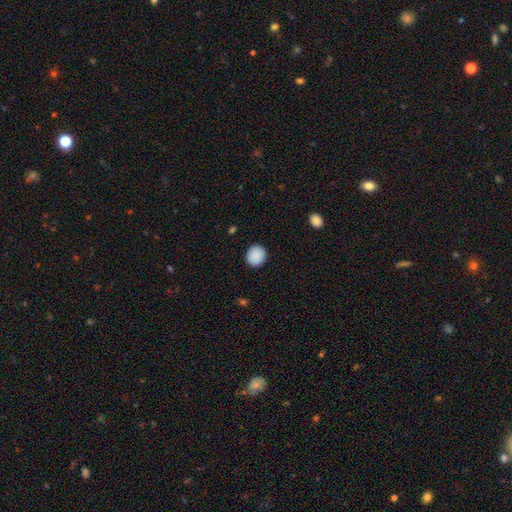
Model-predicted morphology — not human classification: smooth-or-featured: smooth: 90% | star or artifact: 7% | featured or disk: 3%
  how-rounded: round: 88% | in between: 11% | cigar-shaped: 1%
  merging: none: 91% | minor disturbance: 6% | major disturbance: 2% | merger: 1%